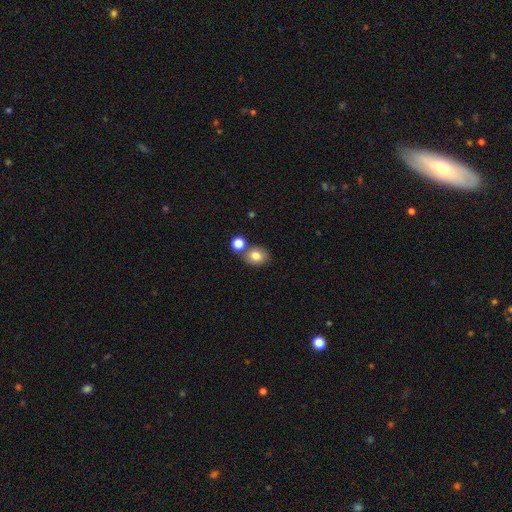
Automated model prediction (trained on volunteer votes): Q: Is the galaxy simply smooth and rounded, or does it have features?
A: smooth — 80%.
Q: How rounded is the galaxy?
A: round — 54%.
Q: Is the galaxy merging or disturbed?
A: none — 64%.